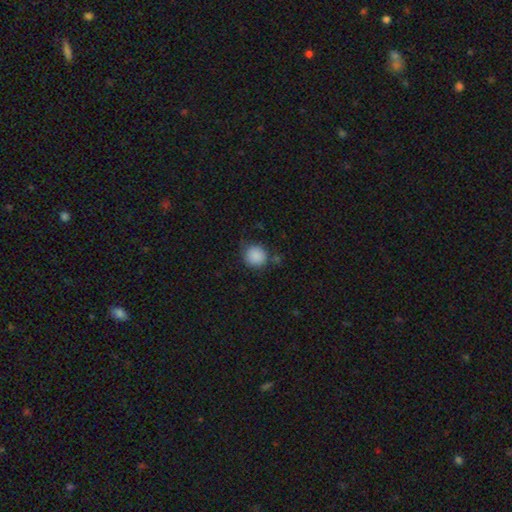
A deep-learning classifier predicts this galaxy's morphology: This is clearly a smooth galaxy (87%). How rounded: clearly round (88%). Merging: likely none (70%).